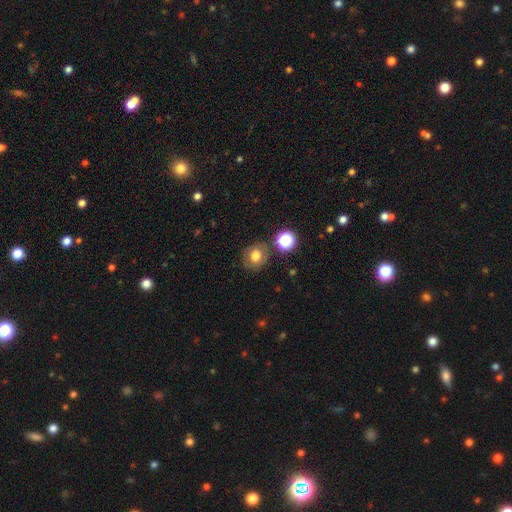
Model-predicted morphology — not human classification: Smooth or featured? smooth (69%)
How rounded? round (77%)
Merging? none (79%)